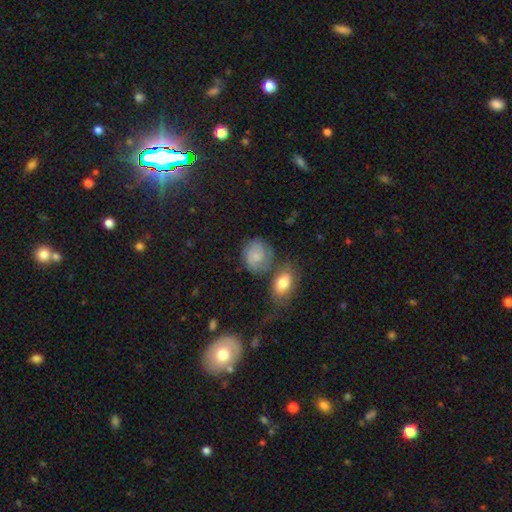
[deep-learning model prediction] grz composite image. It shows a smooth galaxy with no disk features (57%) that is round (60%). Merging: none (57%).